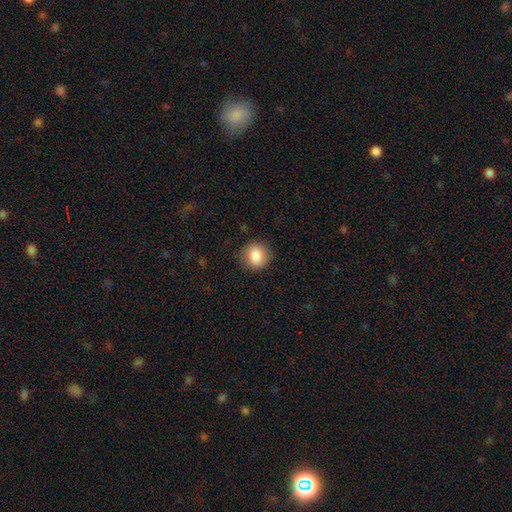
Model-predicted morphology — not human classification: Smooth or featured?
  - smooth: 86% *
  - star or artifact: 8%
  - featured or disk: 6%
How rounded?
  - round: 83% *
  - in between: 17%
  - cigar-shaped: 1%
Merging?
  - none: 85% *
  - minor disturbance: 11%
  - major disturbance: 3%
  - merger: 1%